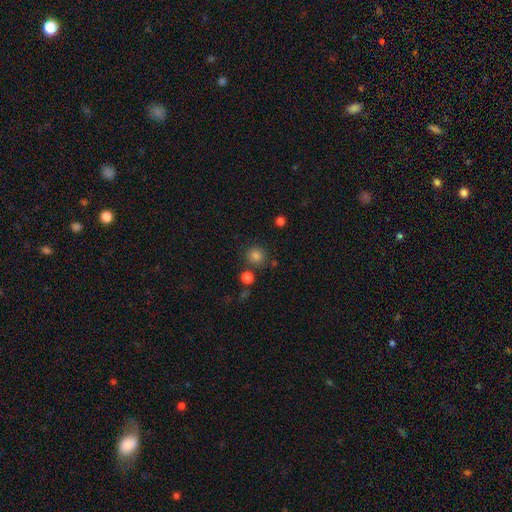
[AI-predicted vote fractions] Smooth or featured? Predicted: smooth (p=0.82). How rounded? Predicted: round (p=0.91). Merging? Predicted: none (p=0.81).